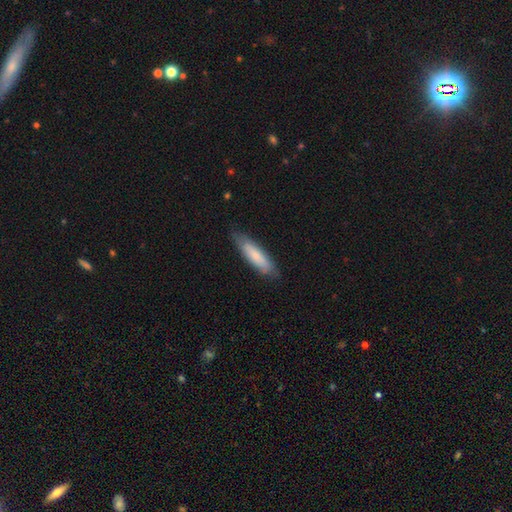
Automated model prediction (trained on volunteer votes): smooth_or_featured: smooth (p=0.73) [alt: featured or disk p=0.21]
how_rounded: cigar-shaped (p=0.68) [alt: in between p=0.31]
merging: none (p=0.81) [alt: minor disturbance p=0.15]